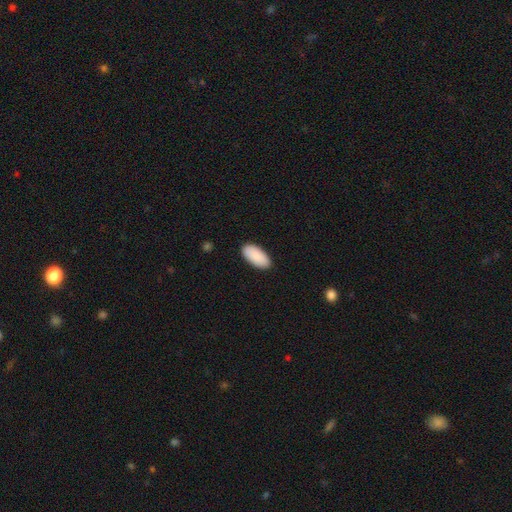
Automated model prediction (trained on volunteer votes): A smooth galaxy with no disk features (91%) that is in between round and cigar-shaped (94%). Merging: none (89%).